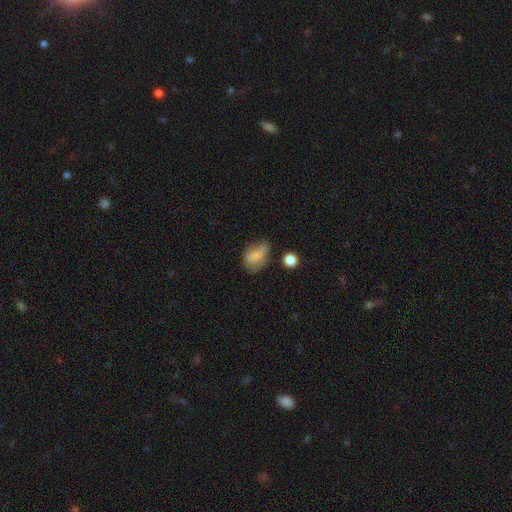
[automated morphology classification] This appears to be a smooth galaxy with no disk features (71%) that is in between round and cigar-shaped (81%). Merging: none (44%).